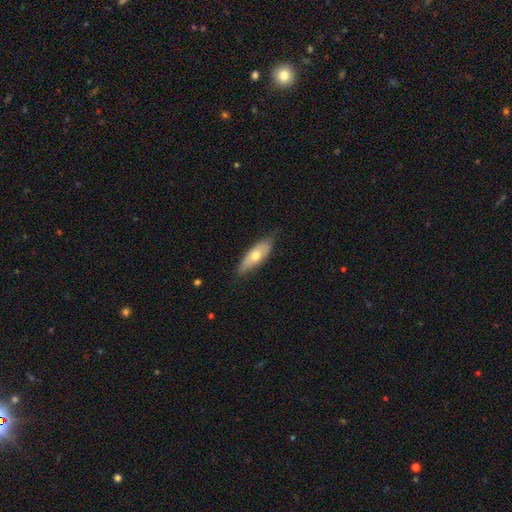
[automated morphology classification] This appears to be a smooth galaxy with no disk features (58%) that is in between round and cigar-shaped (66%). Merging: none (74%).